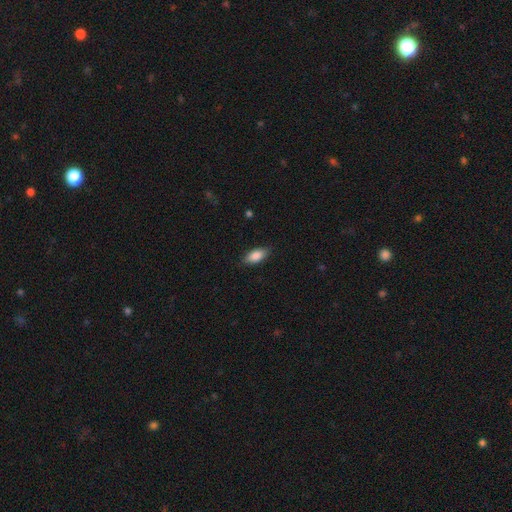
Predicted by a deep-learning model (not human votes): This is clearly a smooth galaxy (86%). How rounded: clearly in between (88%). Merging: clearly none (84%).